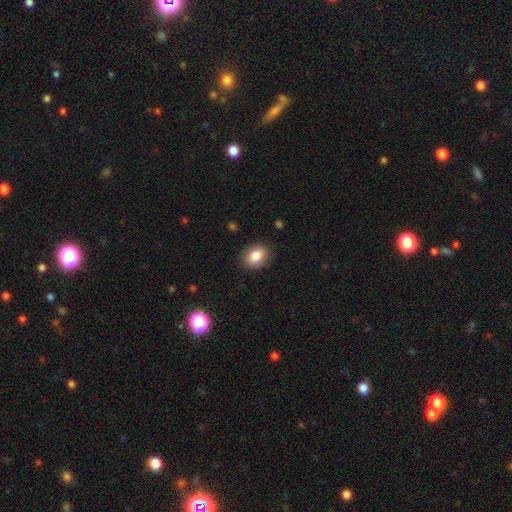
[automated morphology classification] Overall: smooth (84%). How rounded: round (50%; in between 49%). Merging: none (88%).